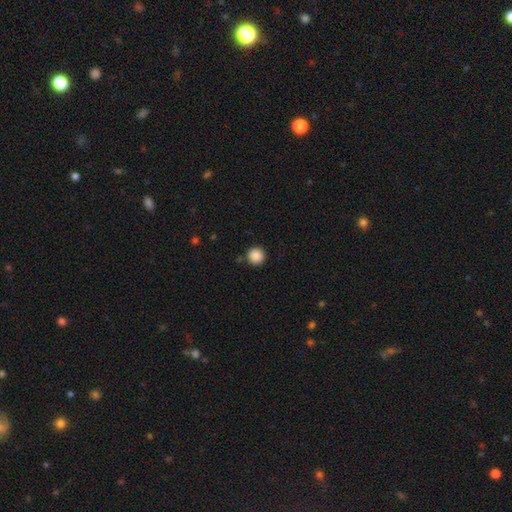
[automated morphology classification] type=smooth (88%); roundness=round (96%); merging=none (89%).